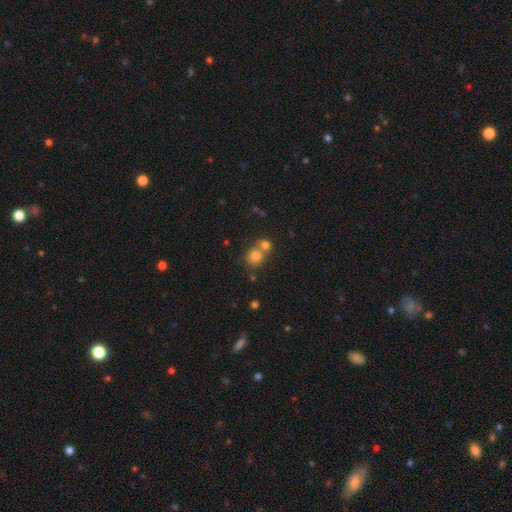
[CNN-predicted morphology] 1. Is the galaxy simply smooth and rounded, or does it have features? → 80% smooth, 12% star or artifact, 9% featured or disk.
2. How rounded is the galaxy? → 78% round, 21% in between, 1% cigar-shaped.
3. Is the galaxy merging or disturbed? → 45% merger, 44% none, 7% minor disturbance, 3% major disturbance.